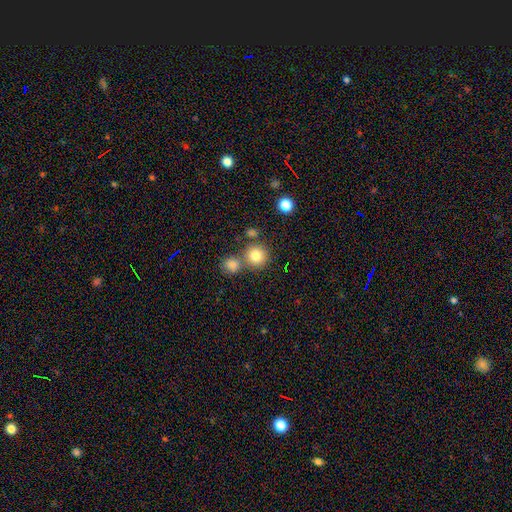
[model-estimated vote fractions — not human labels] Smooth or featured? smooth (80%)
How rounded? round (91%)
Merging? none (66%)